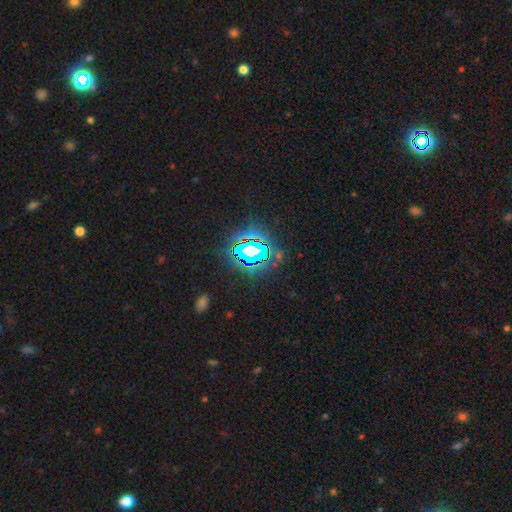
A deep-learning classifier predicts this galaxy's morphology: Smooth or featured: star or artifact — 77% (smooth — 13%)